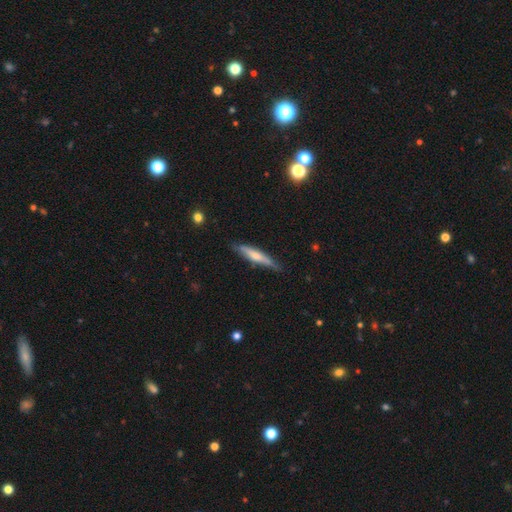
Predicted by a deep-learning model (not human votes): smooth-or-featured: smooth: 54% | featured or disk: 40% | star or artifact: 6%
  how-rounded: cigar-shaped: 87% | in between: 11% | round: 2%
  merging: none: 77% | minor disturbance: 18% | major disturbance: 3% | merger: 2%